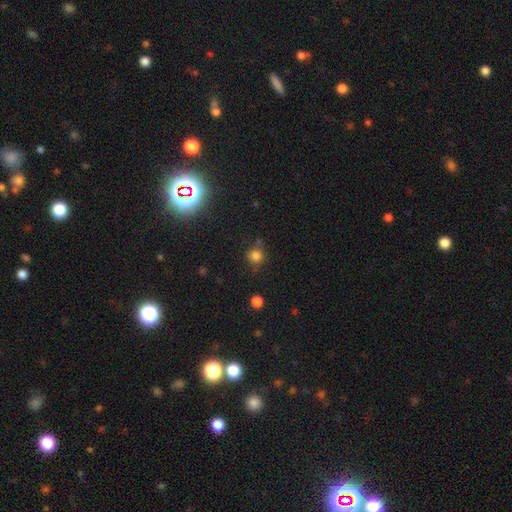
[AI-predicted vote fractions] This is likely a smooth galaxy (79%). How rounded: clearly round (90%). Merging: likely none (75%).